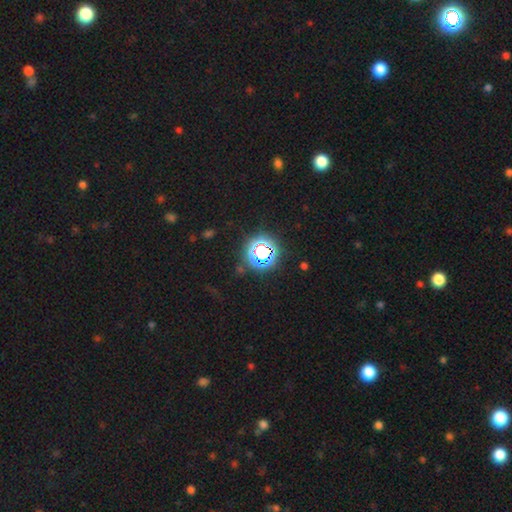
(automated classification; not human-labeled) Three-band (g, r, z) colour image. It shows a star or artifact, not a galaxy (78%).